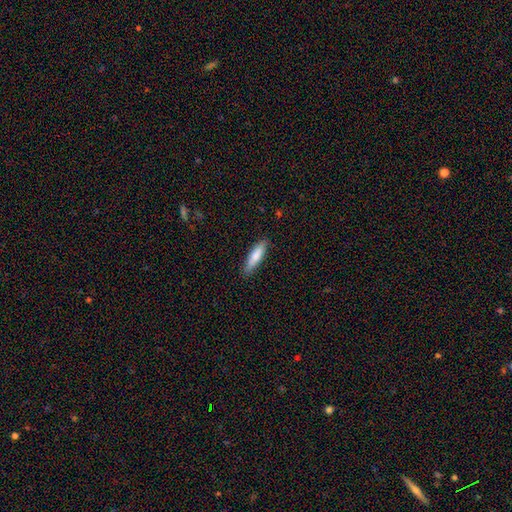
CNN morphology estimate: Smooth or featured? Predicted: smooth (p=0.80). How rounded? Predicted: cigar-shaped (p=0.72). Merging? Predicted: none (p=0.88).